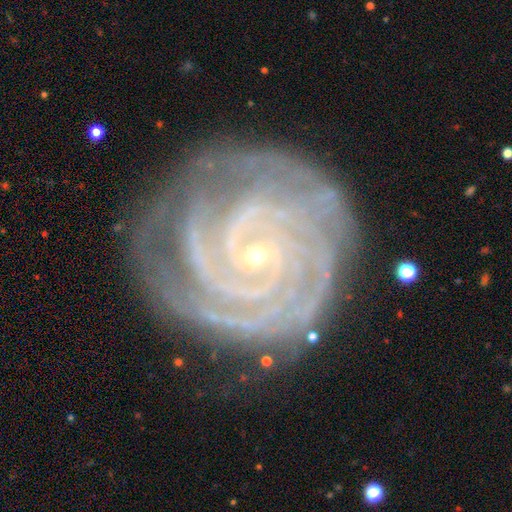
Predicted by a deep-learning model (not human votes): A featured or disk galaxy (91%) with no bar (65%), 3 (26%) tight (85%) spiral arms (99%) and a small central bulge (90%).

Vote fractions:
- Smooth or featured? featured or disk: 91% / star or artifact: 5% / smooth: 3%
- Edge-on disk? no: 98% / yes: 2%
- Bar? no: 65% / weak: 22% / strong: 13%
- Spiral arms? yes: 99% / no: 1%
- Spiral winding? tight: 85% / medium: 13% / loose: 2%
- Spiral arm count? 3: 26% / 4: 25% / 2: 16% / can't tell: 13% / more than 4: 12% / 1: 8%
- Bulge size? small: 90% / moderate: 7% / none: 2% / large: 1% / dominant: 1%
- Merging? none: 78% / minor disturbance: 16% / major disturbance: 5% / merger: 1%